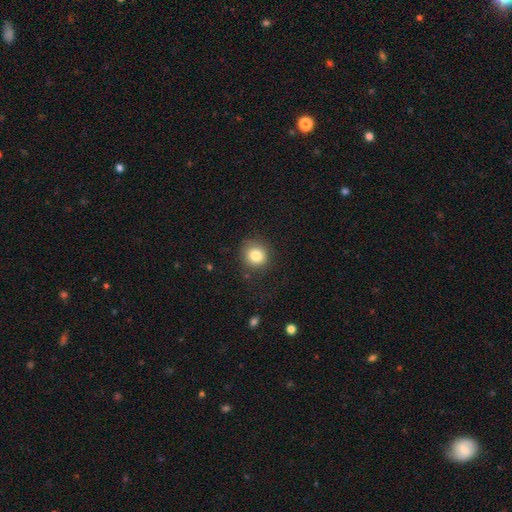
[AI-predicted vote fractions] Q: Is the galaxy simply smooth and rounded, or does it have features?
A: smooth — 83%.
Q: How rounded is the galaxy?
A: round — 87%.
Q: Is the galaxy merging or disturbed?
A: none — 83%.